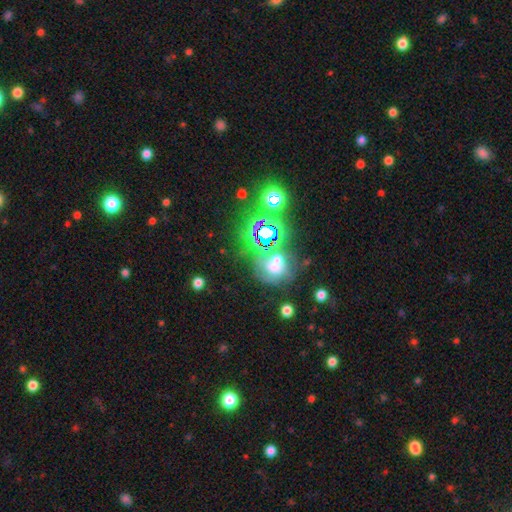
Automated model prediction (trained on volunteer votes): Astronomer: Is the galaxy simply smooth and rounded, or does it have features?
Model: star or artifact — 56% (runner-up: smooth, 33%).